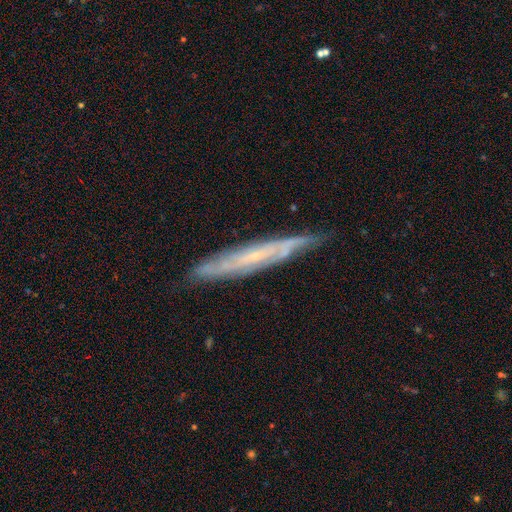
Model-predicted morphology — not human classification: Smooth or featured: featured or disk — 70% (smooth — 23%)
Edge-on disk: yes — 71% (no — 29%)
Merging: none — 79% (minor disturbance — 17%)